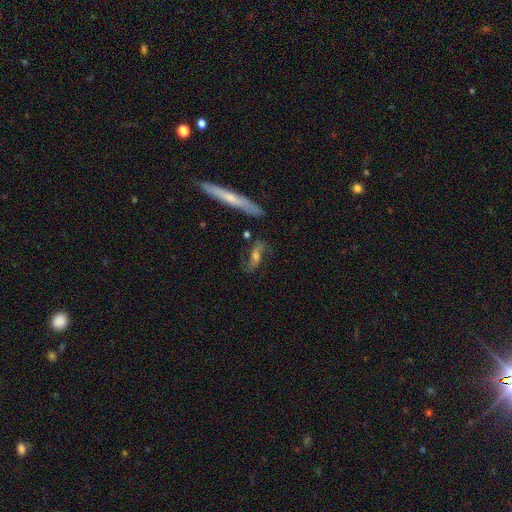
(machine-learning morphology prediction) Smooth or featured? Predicted: featured or disk (p=0.71). Edge-on disk? Predicted: no (p=0.77). Bar? Predicted: no (p=0.47). Spiral arms? Predicted: yes (p=0.89). Bulge size? Predicted: moderate (p=0.58). Merging? Predicted: none (p=0.70).